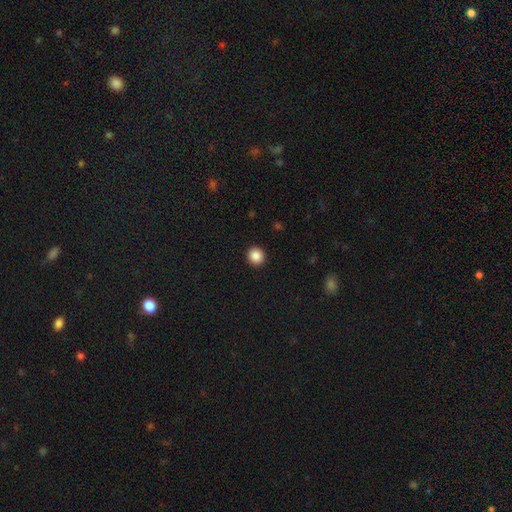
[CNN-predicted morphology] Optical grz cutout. It shows a smooth galaxy with no disk features (88%) that is round (92%). Merging: none (93%).